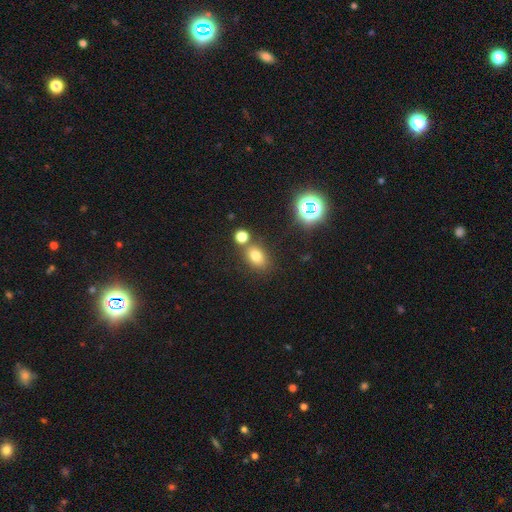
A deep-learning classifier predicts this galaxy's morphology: type=smooth (74%); roundness=in between (72%); merging=none (66%).